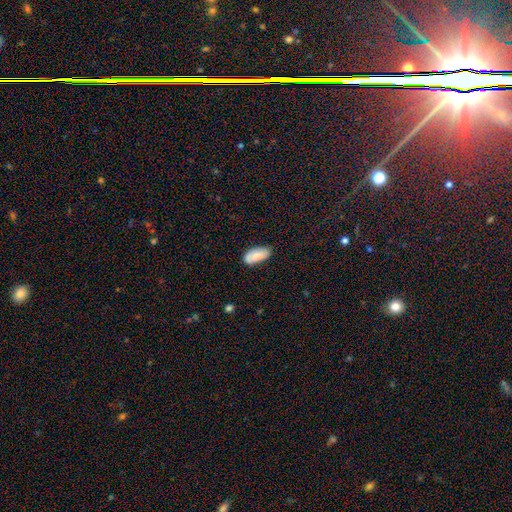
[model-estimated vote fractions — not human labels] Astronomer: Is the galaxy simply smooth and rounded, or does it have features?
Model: smooth — 79%.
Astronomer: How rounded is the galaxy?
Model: in between — 91%.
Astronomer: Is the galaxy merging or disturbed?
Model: none — 72%.